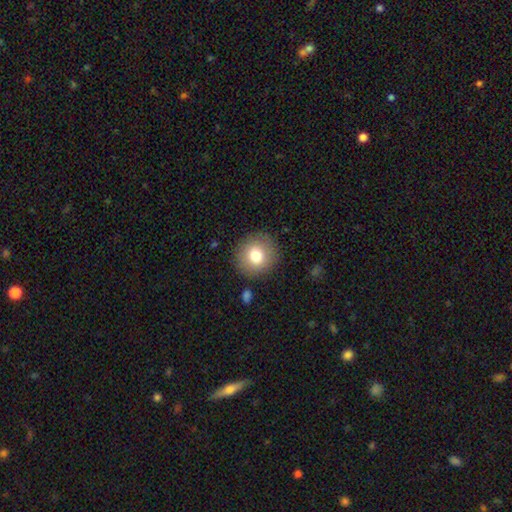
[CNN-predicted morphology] smooth 77%, featured or disk 13%, star or artifact 9%. Down the decision tree: how rounded — round (91%); merging — none (88%).